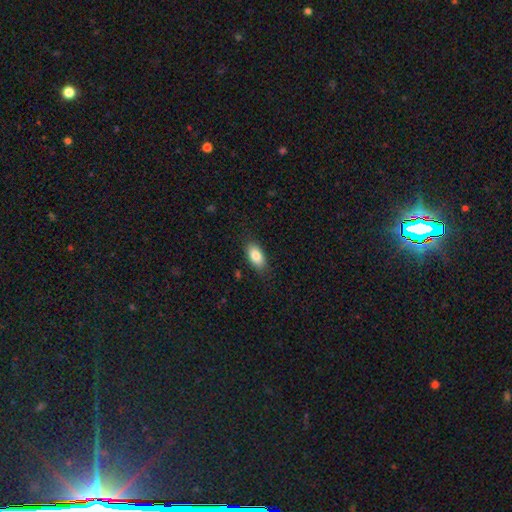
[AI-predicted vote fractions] A smooth galaxy with no disk features (84%) that is in between round and cigar-shaped (91%). Merging: none (85%).